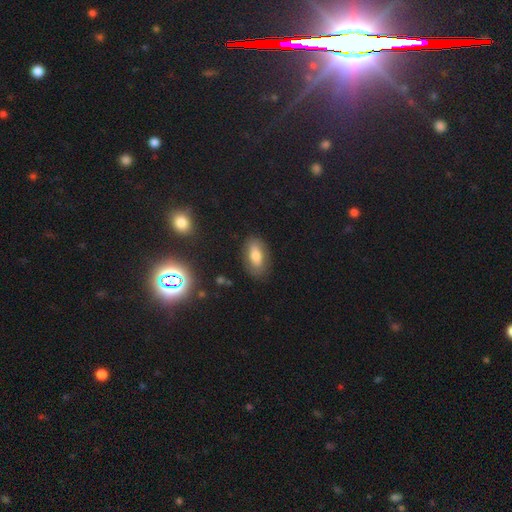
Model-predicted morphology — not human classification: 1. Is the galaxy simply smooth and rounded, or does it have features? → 67% smooth, 24% featured or disk, 9% star or artifact.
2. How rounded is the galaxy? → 90% in between, 5% cigar-shaped, 5% round.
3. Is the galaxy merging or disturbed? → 82% none, 13% minor disturbance, 4% major disturbance, 2% merger.